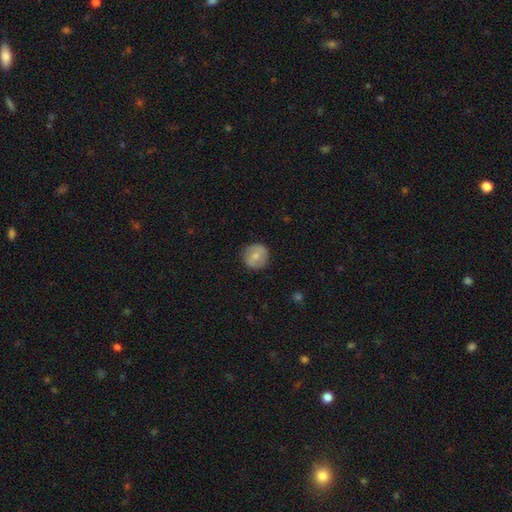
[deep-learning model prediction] smooth 68%, featured or disk 24%, star or artifact 7%. Down the decision tree: how rounded — round (93%); merging — none (88%).